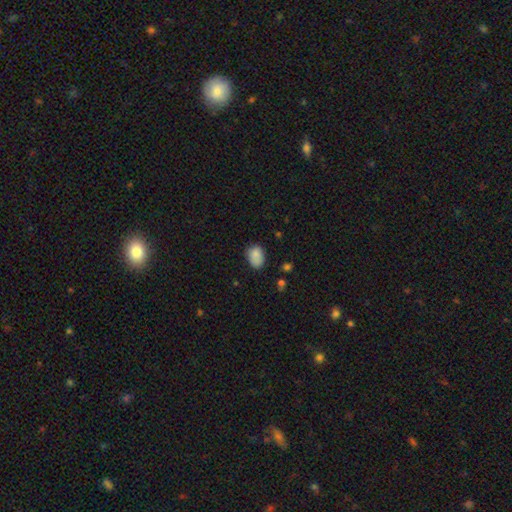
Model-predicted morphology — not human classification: Q: Smooth or featured?
A: smooth (85%); runner-up: star or artifact (9%)
Q: How rounded?
A: in between (77%); runner-up: round (22%)
Q: Merging?
A: none (66%); runner-up: minor disturbance (26%)